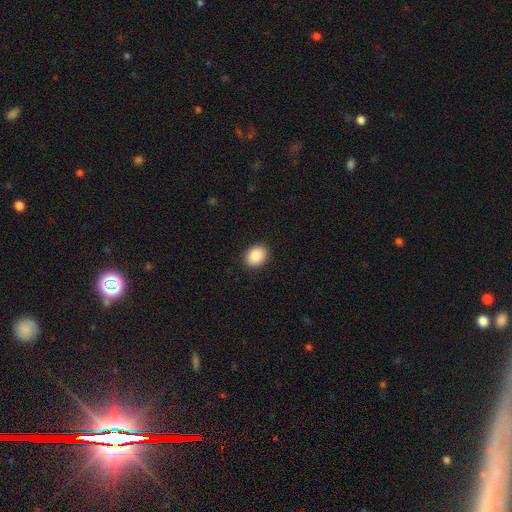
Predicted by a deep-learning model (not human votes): Smooth or featured: smooth — 90% (star or artifact — 7%)
How rounded: in between — 64% (round — 36%)
Merging: none — 90% (minor disturbance — 7%)